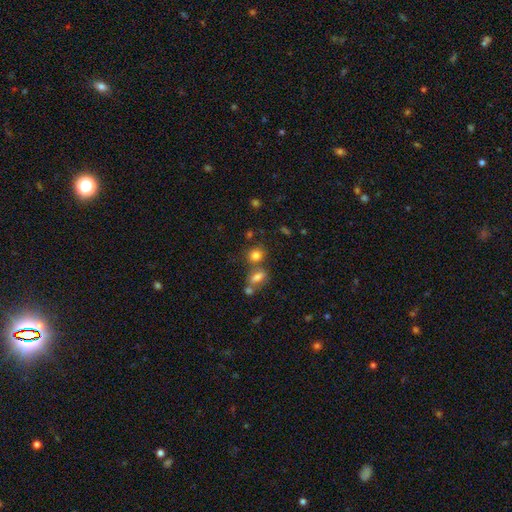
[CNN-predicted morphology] A smooth galaxy with no disk features (80%) that is round (63%). Merging: none (59%).